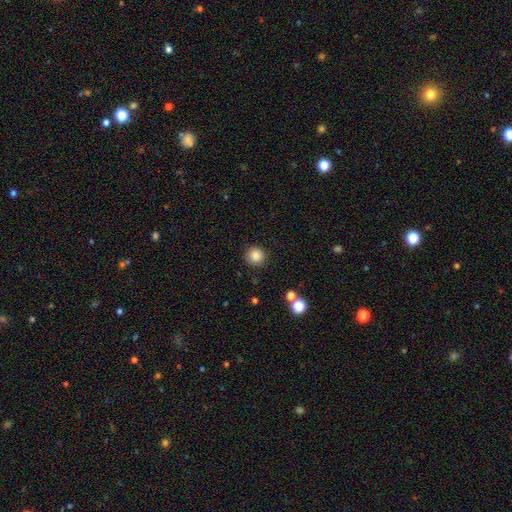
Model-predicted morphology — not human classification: smooth-or-featured: smooth: 86% | star or artifact: 10% | featured or disk: 4%
  how-rounded: round: 93% | in between: 6% | cigar-shaped: 1%
  merging: none: 88% | minor disturbance: 7% | major disturbance: 2% | merger: 2%